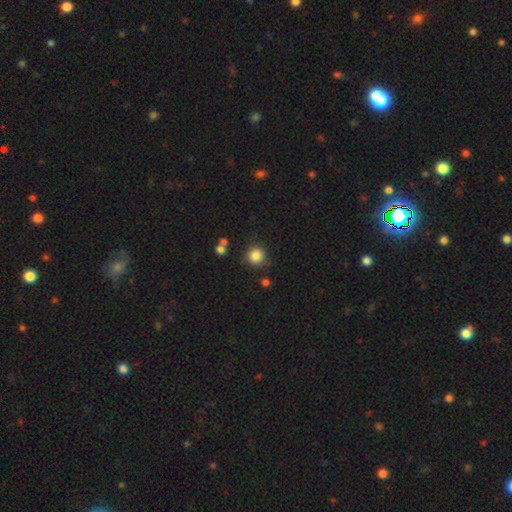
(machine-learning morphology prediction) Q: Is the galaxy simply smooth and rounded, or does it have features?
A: smooth — 85%.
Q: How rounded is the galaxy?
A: round — 93%.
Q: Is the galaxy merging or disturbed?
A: none — 83%.